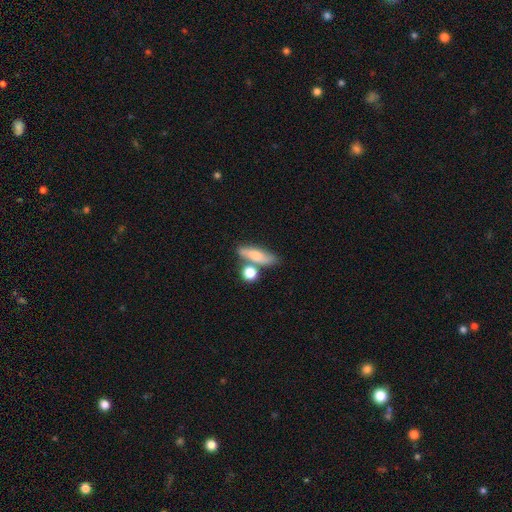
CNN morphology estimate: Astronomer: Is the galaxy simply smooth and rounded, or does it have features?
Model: smooth — 67%.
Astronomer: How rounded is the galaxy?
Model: in between — 45% (runner-up: cigar-shaped, 44%).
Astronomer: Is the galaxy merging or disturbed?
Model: none — 55%.